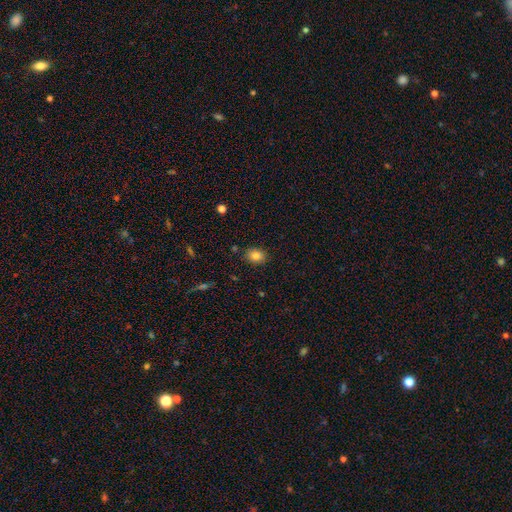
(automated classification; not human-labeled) smooth 84%, star or artifact 10%, featured or disk 6%. Down the decision tree: how rounded — in between (63%); merging — none (86%).